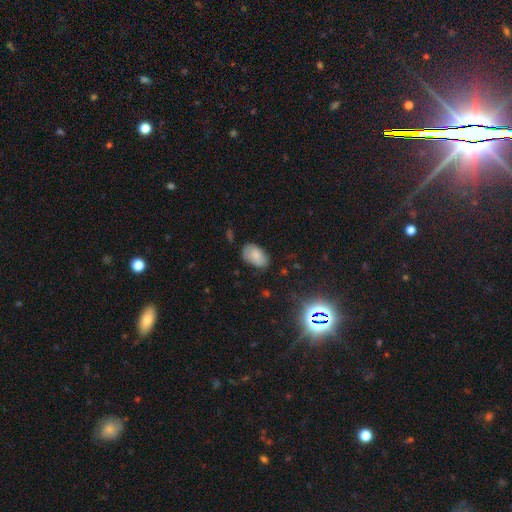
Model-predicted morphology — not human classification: Smooth or featured? Predicted: smooth (p=0.80). How rounded? Predicted: in between (p=0.92). Merging? Predicted: none (p=0.71).